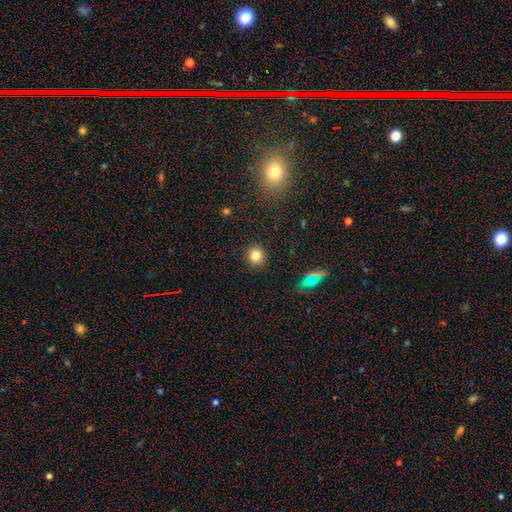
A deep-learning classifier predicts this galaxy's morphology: This is clearly a smooth galaxy (81%). How rounded: clearly round (91%). Merging: clearly none (92%).